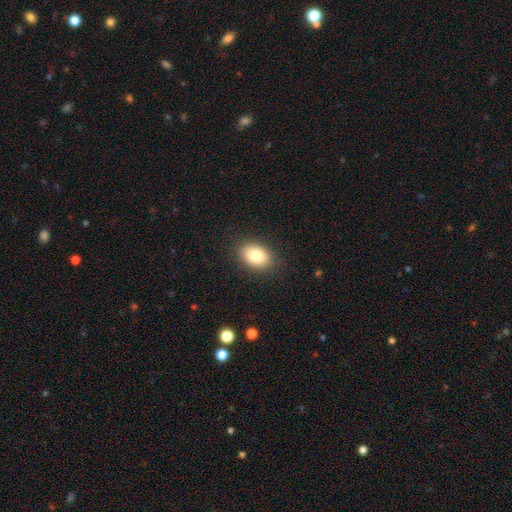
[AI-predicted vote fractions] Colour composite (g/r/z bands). It shows a smooth galaxy with no disk features (83%) that is in between round and cigar-shaped (81%). Merging: none (88%).